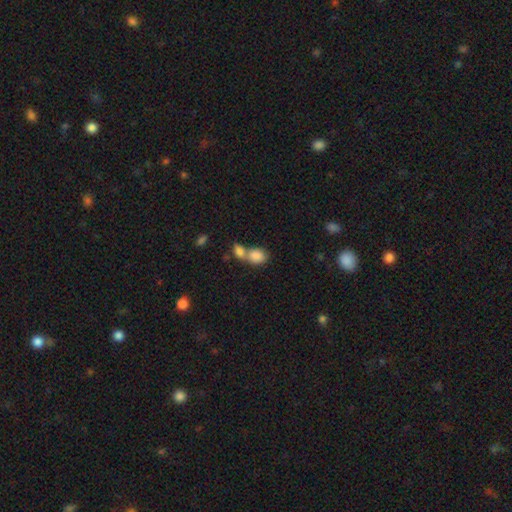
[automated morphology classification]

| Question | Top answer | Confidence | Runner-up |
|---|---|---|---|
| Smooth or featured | smooth | 85% | star or artifact (8%) |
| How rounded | in between | 65% | round (33%) |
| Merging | merger | 61% | none (29%) |